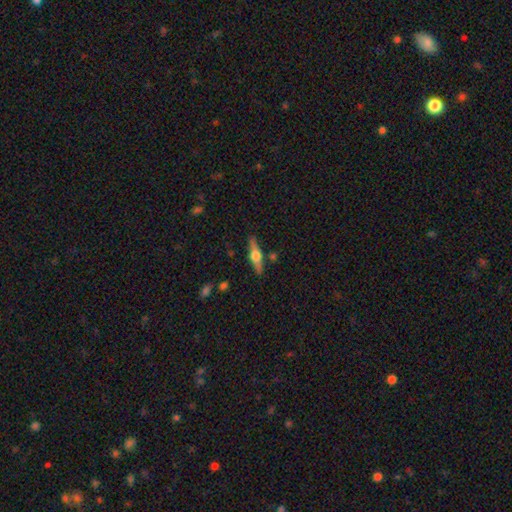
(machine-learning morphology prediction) A featured or disk galaxy (67%) viewed edge-on (96%) with a rounded central bulge (94%). Merging: none (87%).